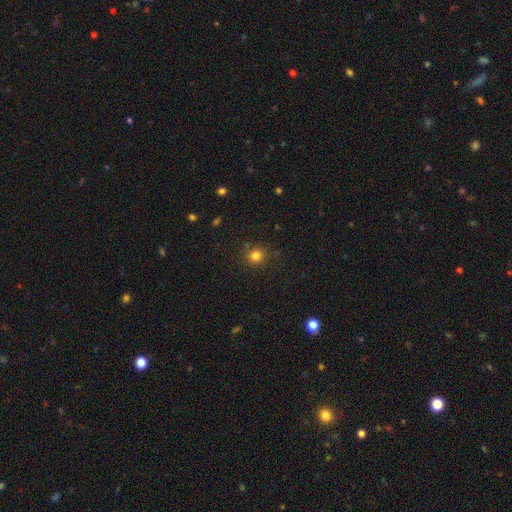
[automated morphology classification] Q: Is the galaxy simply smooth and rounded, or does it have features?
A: smooth — 81%.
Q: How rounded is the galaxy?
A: round — 89%.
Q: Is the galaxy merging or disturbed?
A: none — 86%.